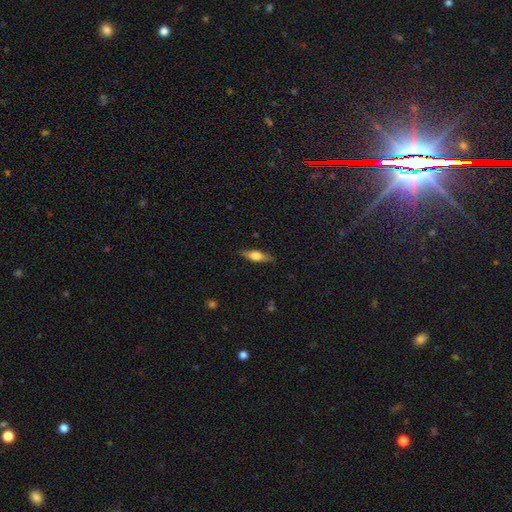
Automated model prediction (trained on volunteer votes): Q: Smooth or featured?
A: featured or disk (47%); tied with: smooth (47%)
Q: Merging?
A: none (84%); runner-up: minor disturbance (12%)